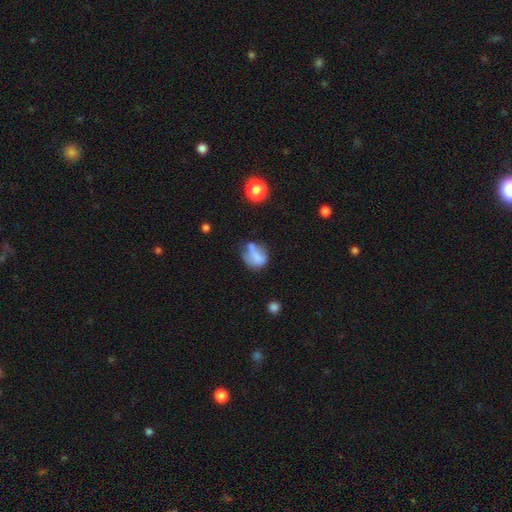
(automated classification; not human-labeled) smooth 65%, featured or disk 24%, star or artifact 11%. Down the decision tree: how rounded — in between (56%); merging — none (33%).